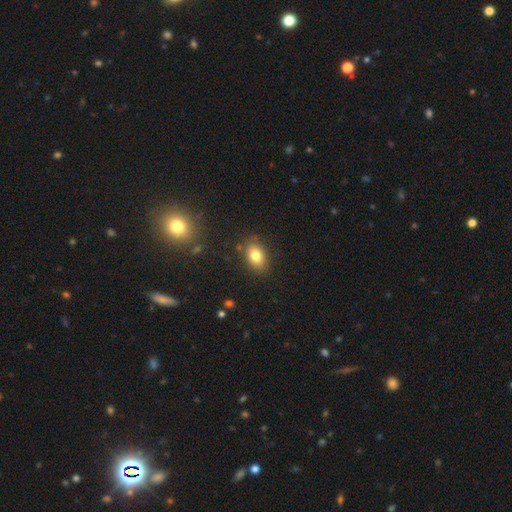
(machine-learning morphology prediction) The model was most divided on "merging": none: 82%, minor disturbance: 13%, major disturbance: 3%, merger: 2%. More confident: how rounded — in between (84%); smooth or featured — smooth (80%).